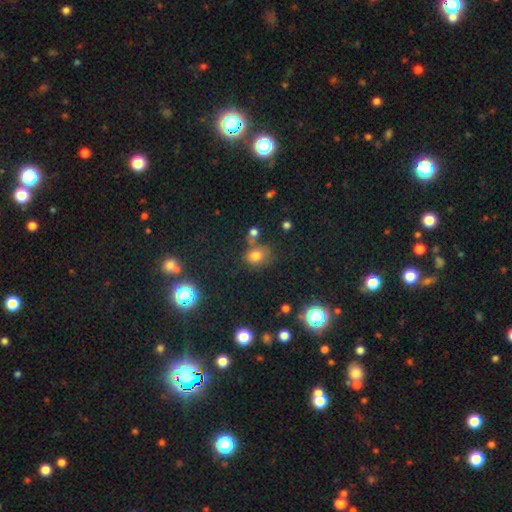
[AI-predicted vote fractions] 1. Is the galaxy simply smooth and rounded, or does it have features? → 71% smooth, 20% star or artifact, 9% featured or disk.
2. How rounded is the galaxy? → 57% round, 42% in between, 1% cigar-shaped.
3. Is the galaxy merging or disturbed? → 57% none, 20% merger, 16% minor disturbance, 7% major disturbance.